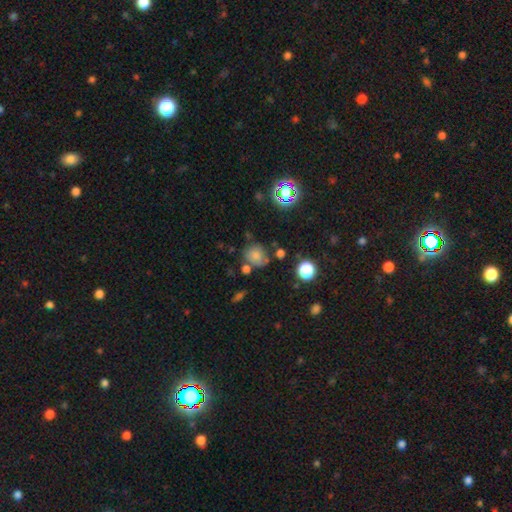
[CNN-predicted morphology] This is likely a smooth galaxy (70%). How rounded: likely round (74%). Merging: possibly none (60%).